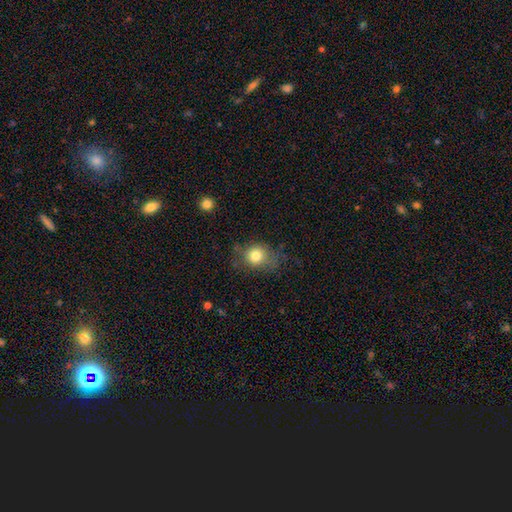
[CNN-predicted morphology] This is likely a smooth galaxy (79%). How rounded: likely round (61%). Merging: possibly none (60%).